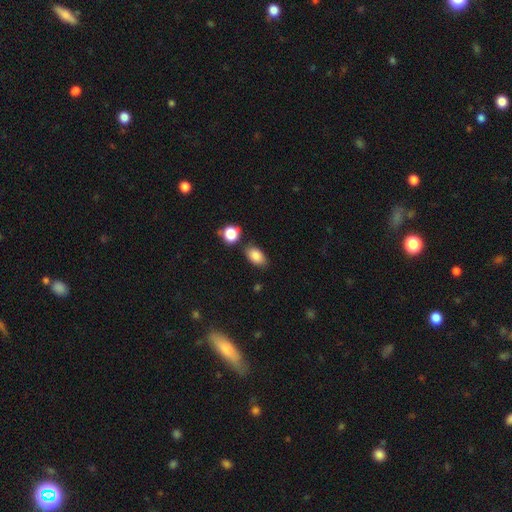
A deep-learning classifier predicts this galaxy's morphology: Smooth or featured: smooth — 85% (star or artifact — 9%)
How rounded: in between — 88% (round — 10%)
Merging: none — 77% (minor disturbance — 14%)